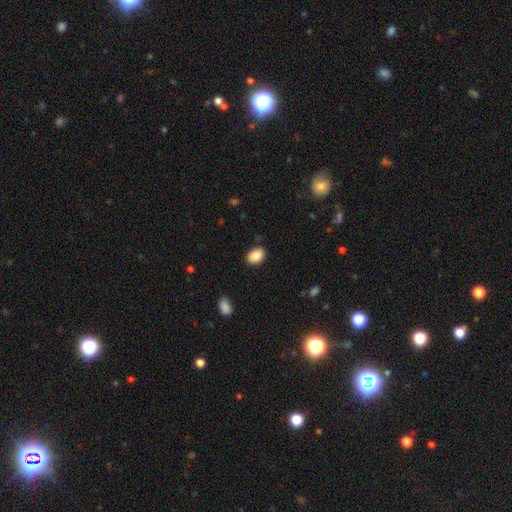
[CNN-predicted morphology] Overall: smooth (88%). How rounded: in between (74%). Merging: none (86%).